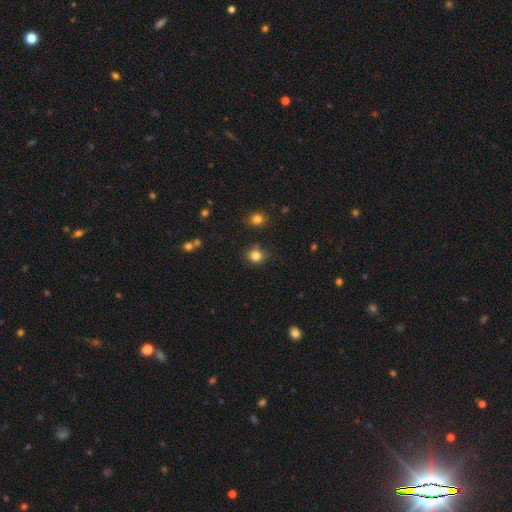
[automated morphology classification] A smooth galaxy with no disk features (82%) that is round (76%). Merging: none (76%).